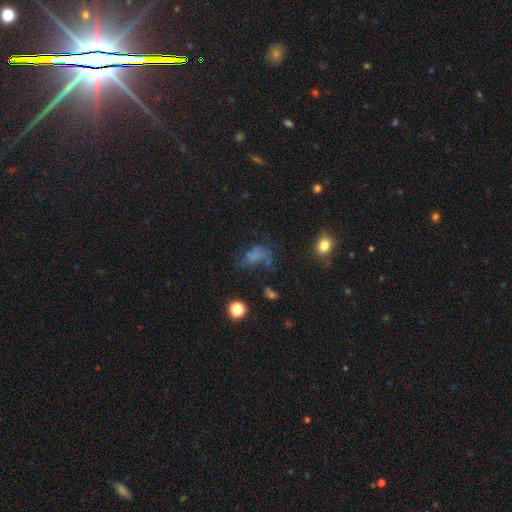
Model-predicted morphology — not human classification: A smooth galaxy with no disk features (47%). Merging: major disturbance (43%).